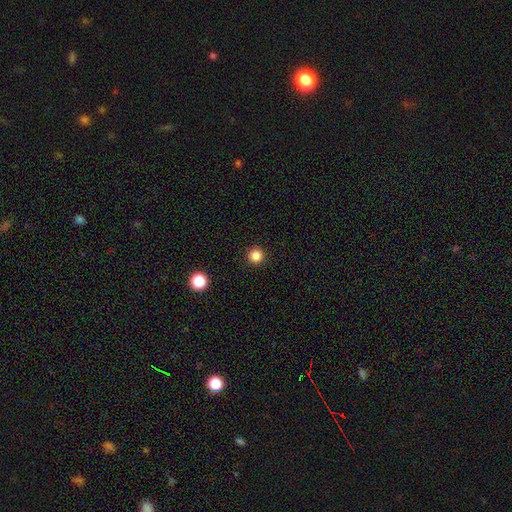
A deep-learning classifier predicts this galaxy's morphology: A smooth galaxy with no disk features (85%) that is round (96%). Merging: none (93%).